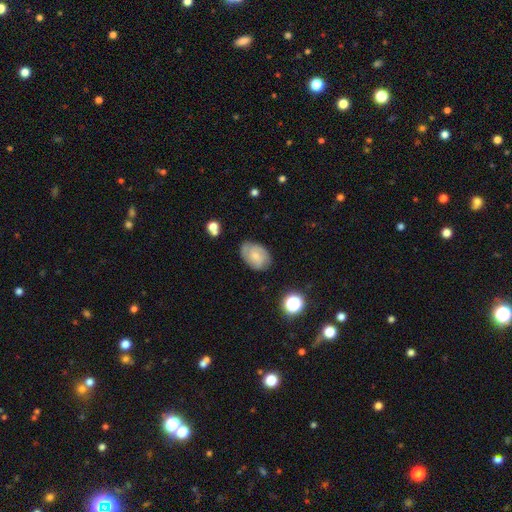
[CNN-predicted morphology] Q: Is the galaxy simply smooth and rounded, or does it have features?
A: smooth — 54%.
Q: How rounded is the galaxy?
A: in between — 81%.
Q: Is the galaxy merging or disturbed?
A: none — 71%.